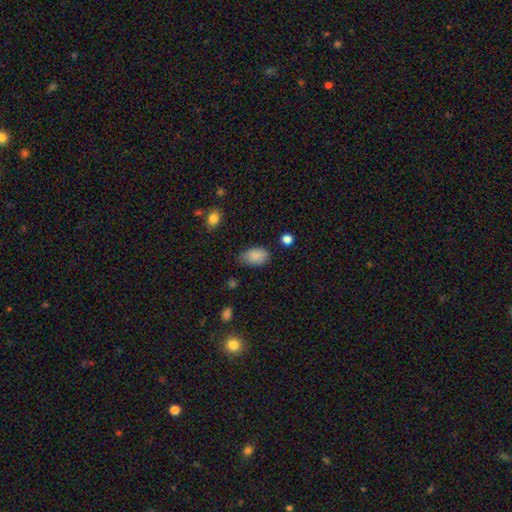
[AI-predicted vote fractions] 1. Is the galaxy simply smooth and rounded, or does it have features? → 87% smooth, 8% star or artifact, 5% featured or disk.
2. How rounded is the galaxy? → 91% in between, 8% round, 1% cigar-shaped.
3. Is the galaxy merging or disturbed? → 65% none, 27% minor disturbance, 6% major disturbance, 2% merger.